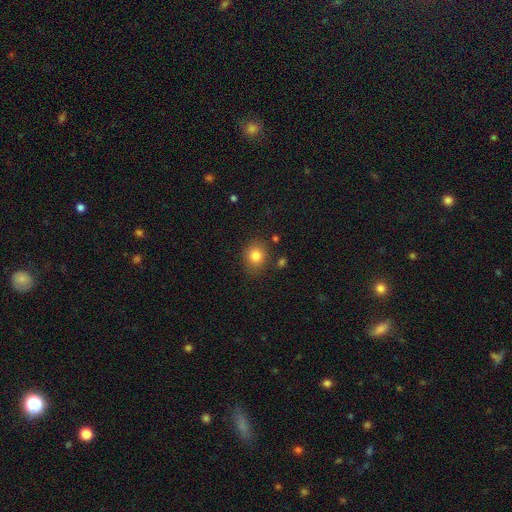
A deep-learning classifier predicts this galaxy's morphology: smooth-or-featured: smooth: 83% | star or artifact: 11% | featured or disk: 7%
  how-rounded: round: 73% | in between: 26% | cigar-shaped: 1%
  merging: none: 83% | minor disturbance: 10% | merger: 3% | major disturbance: 3%